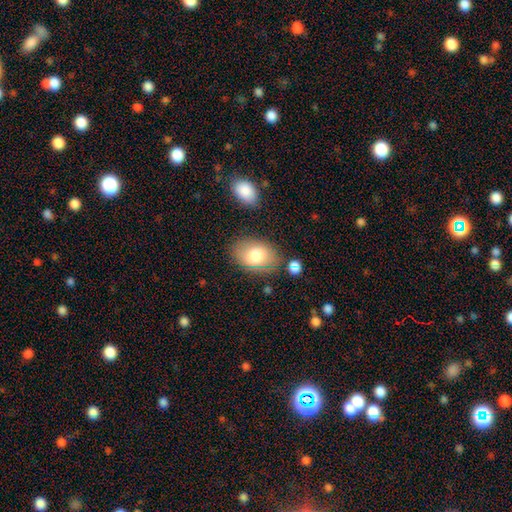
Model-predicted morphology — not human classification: Smooth or featured? smooth (77%)
How rounded? in between (83%)
Merging? none (76%)